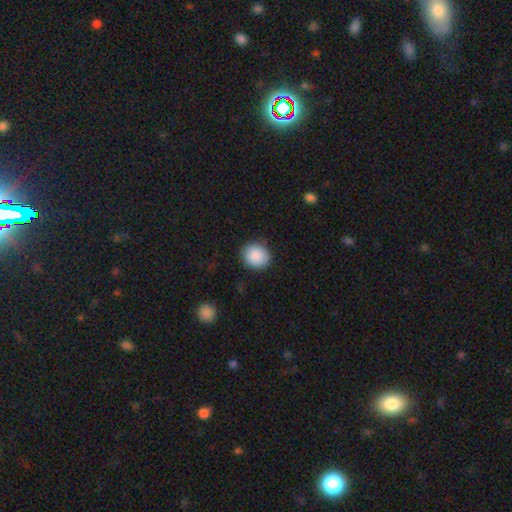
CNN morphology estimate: The model was most divided on "how rounded": round: 80%, in between: 19%, cigar-shaped: 1%. More confident: smooth or featured — smooth (89%); merging — none (88%).